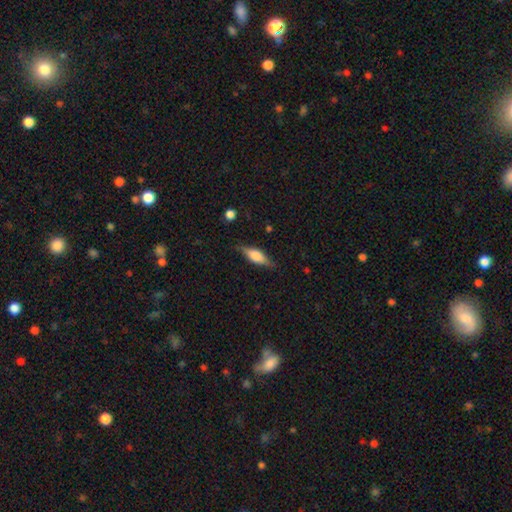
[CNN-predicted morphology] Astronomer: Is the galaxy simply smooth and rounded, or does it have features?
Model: smooth — 57% (runner-up: featured or disk, 36%).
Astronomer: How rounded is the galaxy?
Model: in between — 60% (runner-up: cigar-shaped, 37%).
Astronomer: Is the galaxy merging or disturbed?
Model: none — 78%.